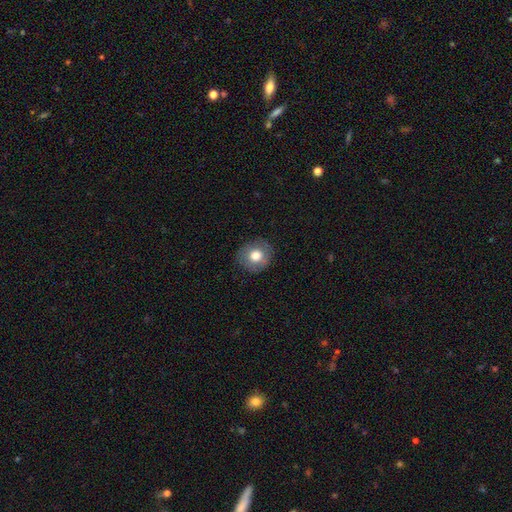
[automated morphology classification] type=smooth (74%); roundness=round (86%); merging=none (88%).